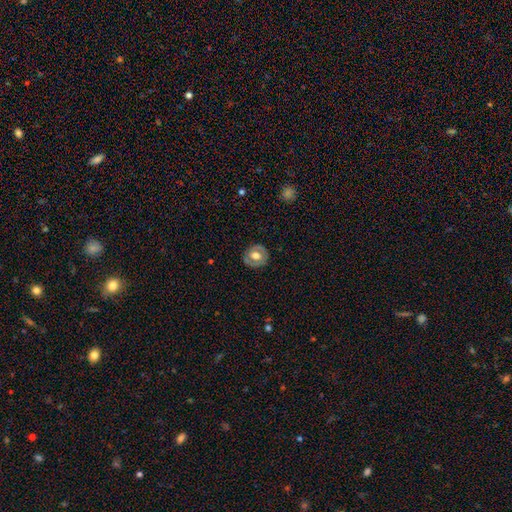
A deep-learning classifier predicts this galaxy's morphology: Overall: featured or disk (47%; smooth 46%). Merging: none (84%).